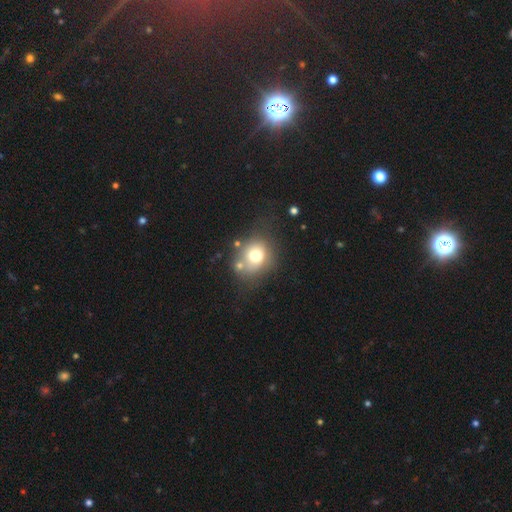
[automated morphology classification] Smooth or featured?
  - smooth: 70% *
  - featured or disk: 18%
  - star or artifact: 12%
How rounded?
  - round: 70% *
  - in between: 29%
  - cigar-shaped: 1%
Merging?
  - none: 56% *
  - minor disturbance: 18%
  - merger: 16%
  - major disturbance: 9%